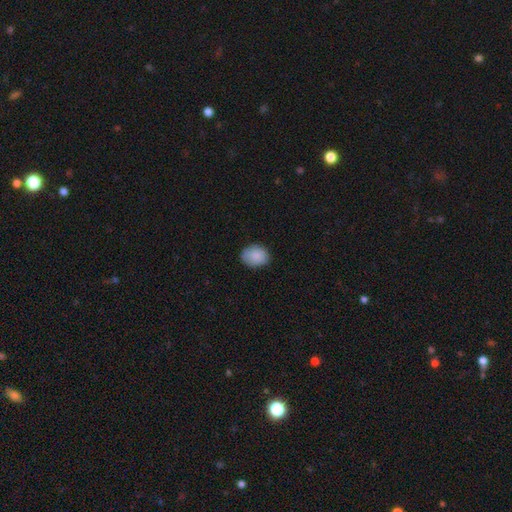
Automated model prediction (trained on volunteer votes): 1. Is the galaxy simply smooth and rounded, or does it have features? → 89% smooth, 7% star or artifact, 4% featured or disk.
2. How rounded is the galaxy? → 55% in between, 44% round, 1% cigar-shaped.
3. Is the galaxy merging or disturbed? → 81% none, 15% minor disturbance, 3% major disturbance, 1% merger.